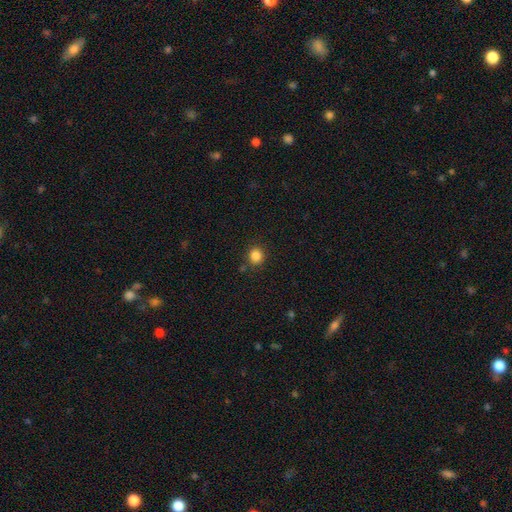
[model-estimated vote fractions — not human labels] Q: Smooth or featured?
A: smooth (85%); runner-up: star or artifact (11%)
Q: How rounded?
A: round (87%); runner-up: in between (12%)
Q: Merging?
A: none (85%); runner-up: minor disturbance (9%)